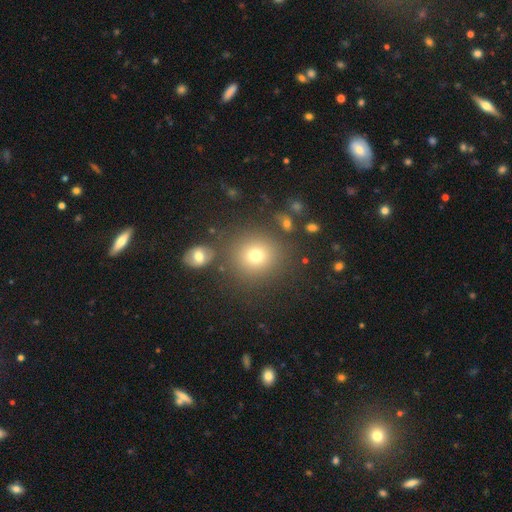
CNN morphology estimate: Smooth or featured: smooth — 74% (star or artifact — 16%)
How rounded: round — 90% (in between — 10%)
Merging: none — 81% (minor disturbance — 9%)